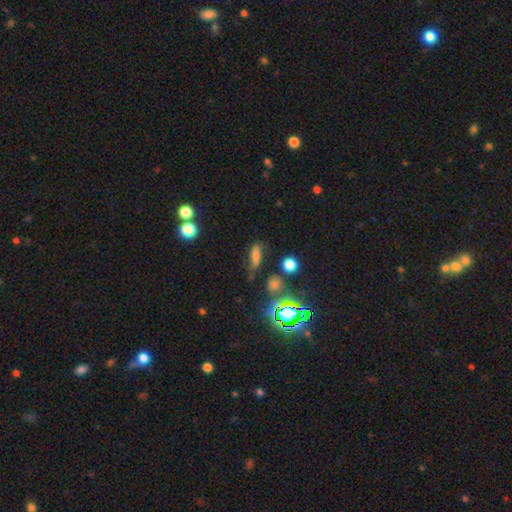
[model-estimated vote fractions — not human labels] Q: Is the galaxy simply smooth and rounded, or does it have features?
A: smooth — 53%.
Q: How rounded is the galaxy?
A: in between — 49%.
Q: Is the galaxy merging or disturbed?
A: none — 54%.